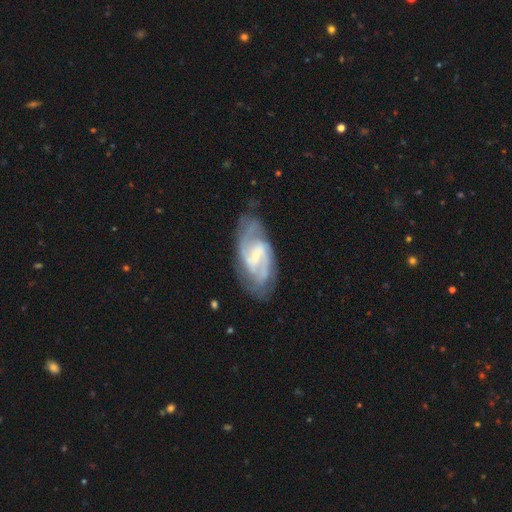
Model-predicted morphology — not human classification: A featured or disk galaxy (85%) with a weak bar (52%), 2 (69%) medium (48%) spiral arms (95%) and a small central bulge (66%).

Vote fractions:
- Smooth or featured? featured or disk: 85% / smooth: 10% / star or artifact: 5%
- Edge-on disk? no: 95% / yes: 5%
- Bar? weak: 52% / strong: 31% / no: 17%
- Spiral arms? yes: 95% / no: 5%
- Spiral winding? medium: 48% / tight: 35% / loose: 17%
- Spiral arm count? 2: 69% / can't tell: 14% / 3: 8% / 4: 3% / 1: 2% / more than 4: 2%
- Bulge size? small: 66% / moderate: 21% / none: 10% / large: 2% / dominant: 1%
- Merging? none: 74% / minor disturbance: 18% / major disturbance: 6% / merger: 2%